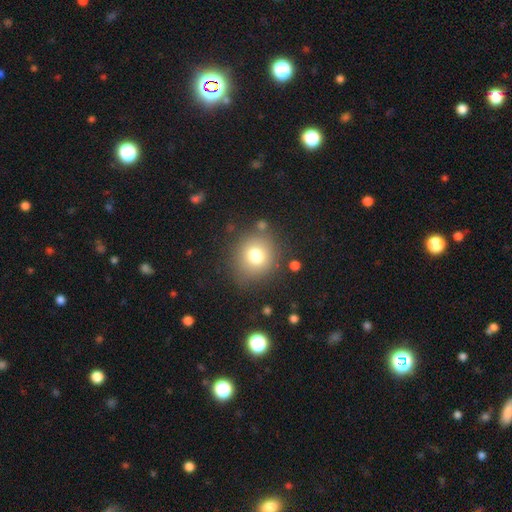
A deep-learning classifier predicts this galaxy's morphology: type=smooth (75%); roundness=round (88%); merging=none (81%).